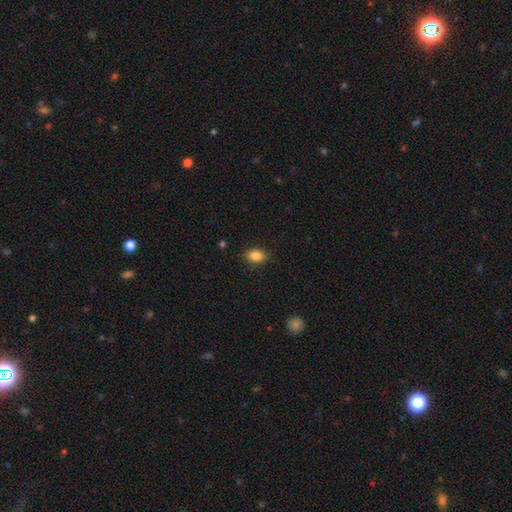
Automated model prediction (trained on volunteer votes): Q: Smooth or featured?
A: smooth (86%); runner-up: star or artifact (9%)
Q: How rounded?
A: in between (81%); runner-up: round (17%)
Q: Merging?
A: none (87%); runner-up: minor disturbance (9%)